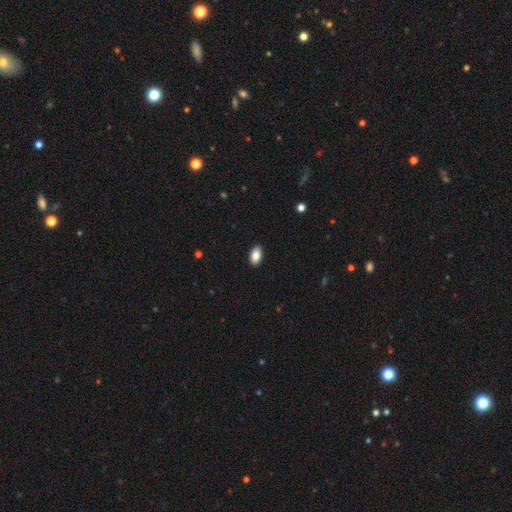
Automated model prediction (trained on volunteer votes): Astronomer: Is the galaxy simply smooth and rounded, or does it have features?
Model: smooth — 86%.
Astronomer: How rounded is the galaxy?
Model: in between — 93%.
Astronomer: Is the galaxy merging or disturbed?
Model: none — 91%.